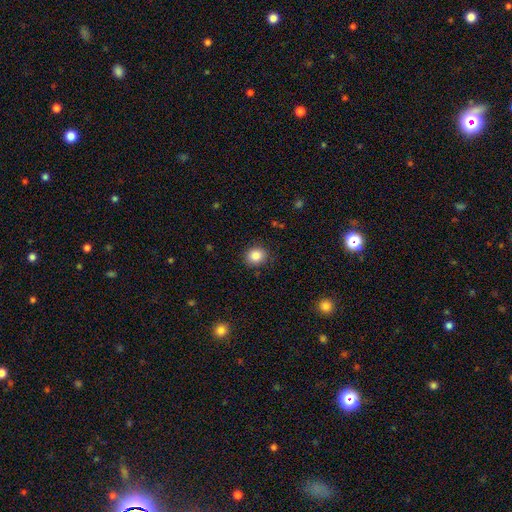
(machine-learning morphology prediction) Smooth or featured? Predicted: smooth (p=0.85). How rounded? Predicted: round (p=0.71). Merging? Predicted: none (p=0.87).